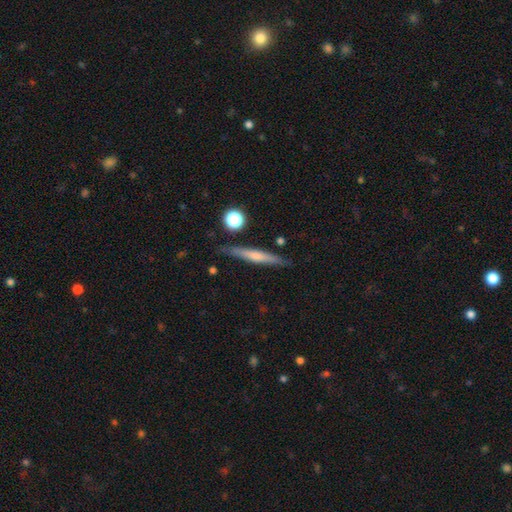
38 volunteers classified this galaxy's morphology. featured or disk 79%, smooth 16%, star or artifact 5%. Down the decision tree: edge-on disk — yes (100%); edge-on bulge — rounded (87%); merging — none (94%).